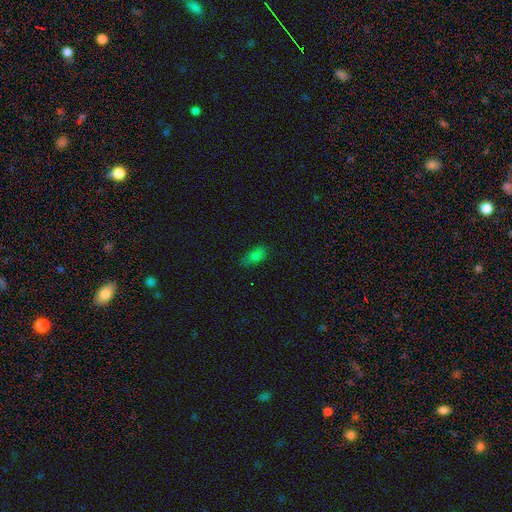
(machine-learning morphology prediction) Overall: smooth (77%). How rounded: in between (84%). Merging: none (71%).